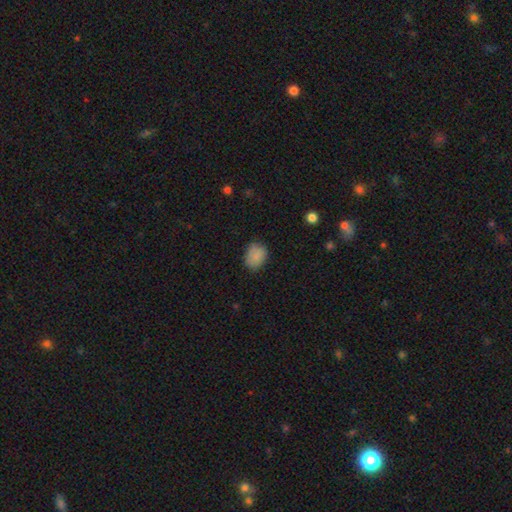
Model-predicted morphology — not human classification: This appears to be a smooth galaxy with no disk features (85%) that is in between round and cigar-shaped (65%). Merging: none (73%).